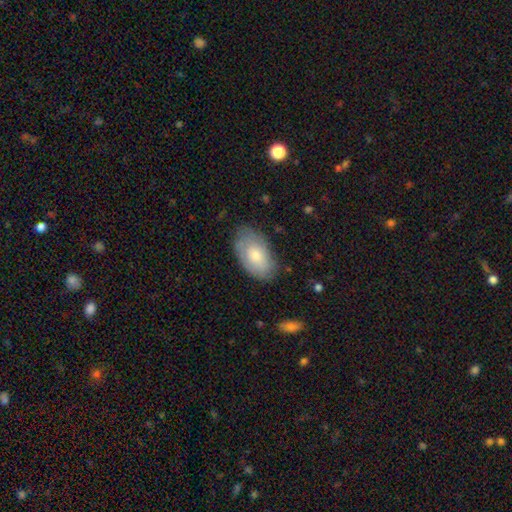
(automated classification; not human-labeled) Smooth or featured: smooth — 68% (featured or disk — 26%)
How rounded: in between — 94% (round — 5%)
Merging: none — 72% (minor disturbance — 22%)